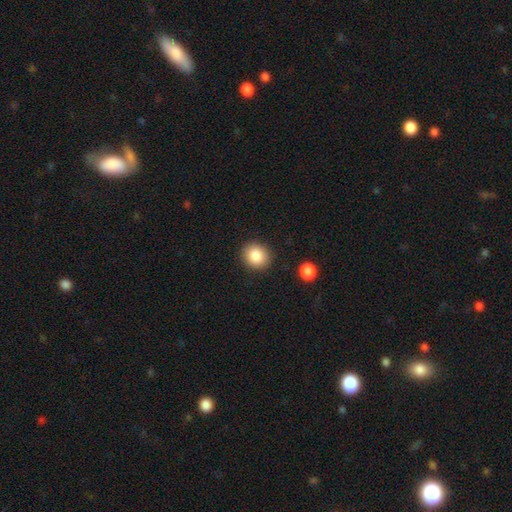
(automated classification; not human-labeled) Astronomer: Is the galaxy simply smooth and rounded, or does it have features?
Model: smooth — 86%.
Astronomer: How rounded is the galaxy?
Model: round — 81%.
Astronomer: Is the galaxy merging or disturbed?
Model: none — 89%.